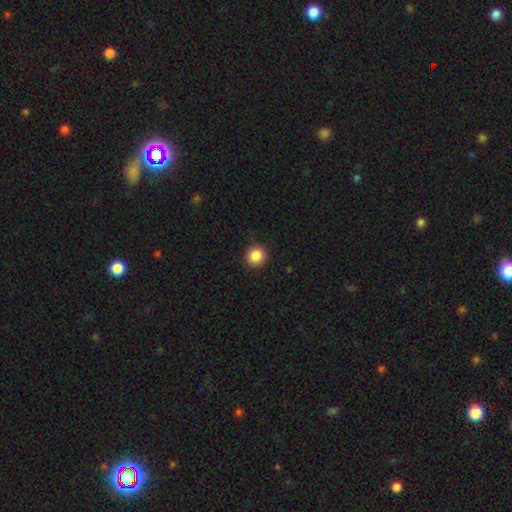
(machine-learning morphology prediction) smooth 87%, star or artifact 9%, featured or disk 3%. Down the decision tree: how rounded — round (93%); merging — none (89%).